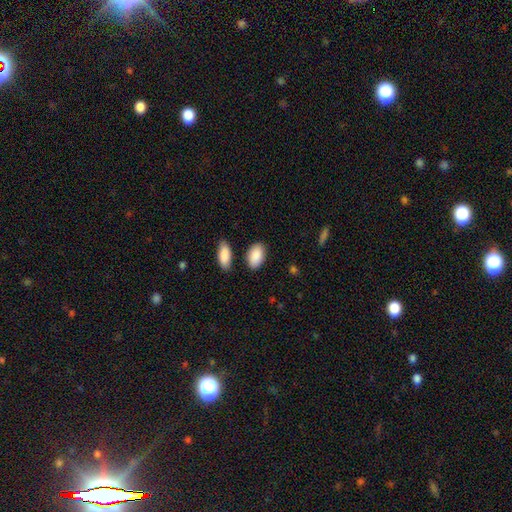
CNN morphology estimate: This is clearly a smooth galaxy (90%). How rounded: clearly in between (94%). Merging: clearly none (80%).